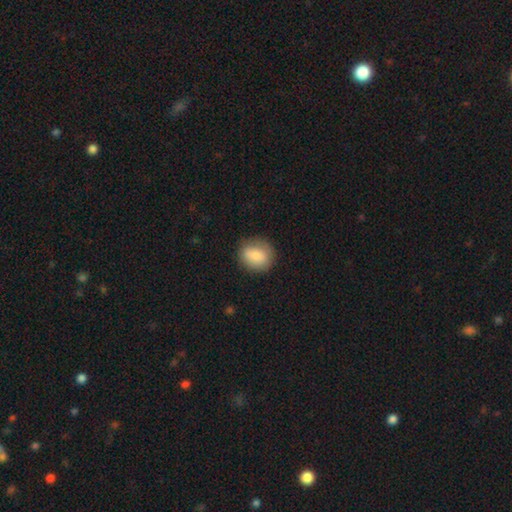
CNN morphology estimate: This is clearly a smooth galaxy (83%). How rounded: likely round (66%). Merging: clearly none (81%).